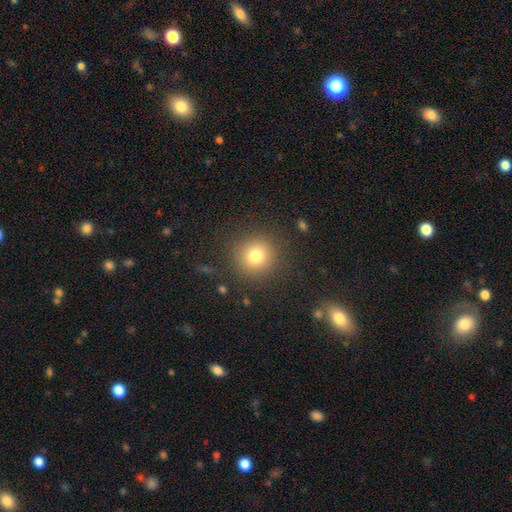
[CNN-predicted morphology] A smooth galaxy with no disk features (78%) that is round (93%).

Vote fractions:
- Smooth or featured? smooth: 78% / star or artifact: 13% / featured or disk: 9%
- How rounded? round: 93% / in between: 6% / cigar-shaped: 1%
- Merging? none: 88% / minor disturbance: 7% / major disturbance: 4% / merger: 1%